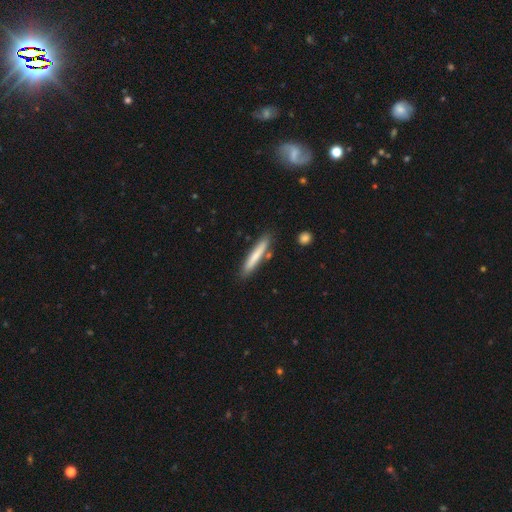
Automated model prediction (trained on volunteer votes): Morphology: type=smooth (70%); roundness=cigar-shaped (94%); merging=none (84%).